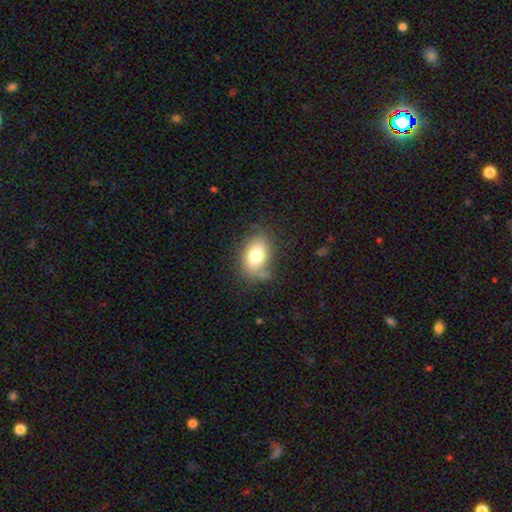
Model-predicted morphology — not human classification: smooth 76%, featured or disk 15%, star or artifact 9%. Down the decision tree: how rounded — in between (84%); merging — none (64%).